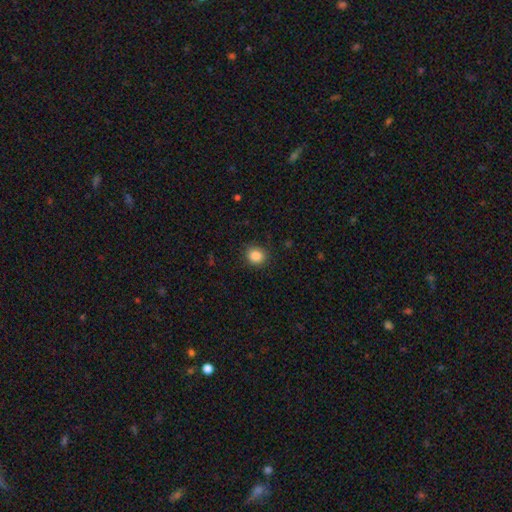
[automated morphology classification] smooth 86%, star or artifact 10%, featured or disk 4%. Down the decision tree: how rounded — round (84%); merging — none (88%).